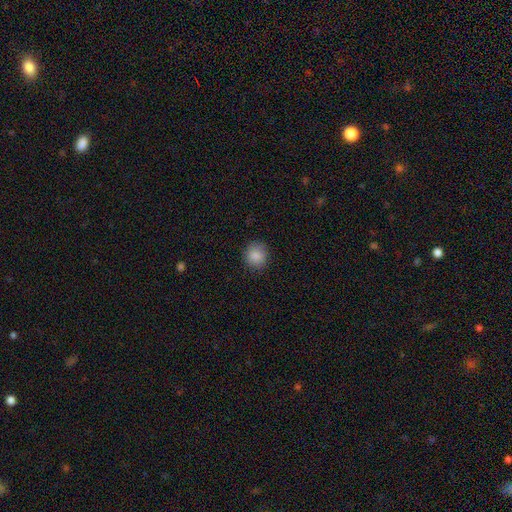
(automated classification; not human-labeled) This is clearly a smooth galaxy (87%). How rounded: clearly round (86%). Merging: clearly none (88%).